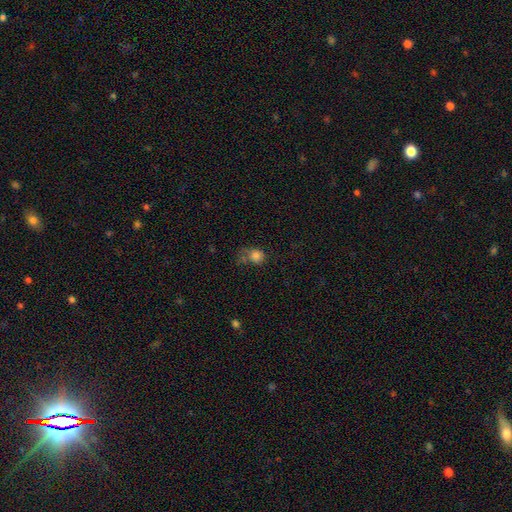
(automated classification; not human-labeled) smooth 79%, star or artifact 12%, featured or disk 8%. Down the decision tree: how rounded — round (73%); merging — none (39%).